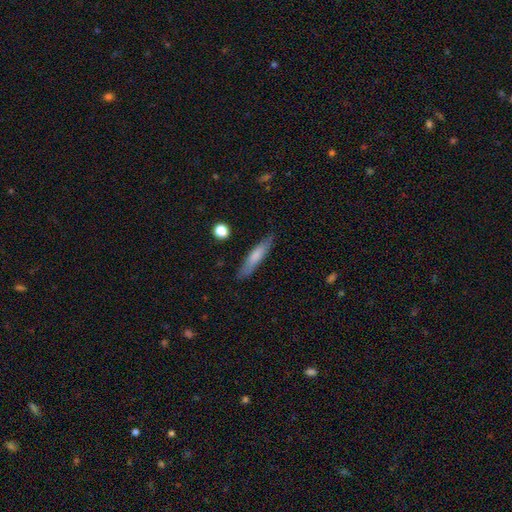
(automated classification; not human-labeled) A smooth galaxy with no disk features (67%) that is cigar-shaped (86%).

Vote fractions:
- Smooth or featured? smooth: 67% / featured or disk: 27% / star or artifact: 6%
- How rounded? cigar-shaped: 86% / in between: 13% / round: 2%
- Merging? none: 83% / minor disturbance: 13% / major disturbance: 3% / merger: 1%